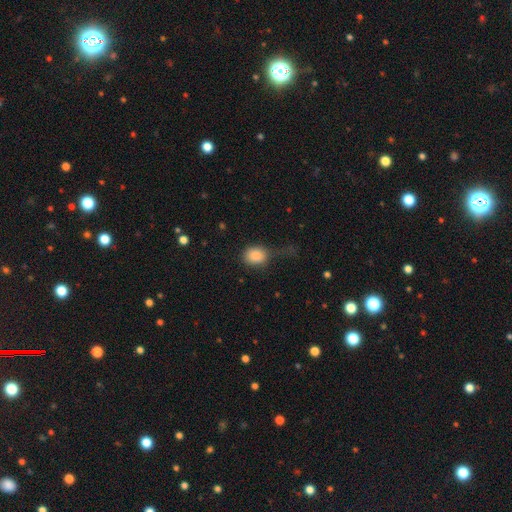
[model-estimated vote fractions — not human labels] smooth_or_featured: smooth (p=0.86) [alt: star or artifact p=0.09]
how_rounded: round (p=0.57) [alt: in between p=0.42]
merging: none (p=0.49) [alt: minor disturbance p=0.27]